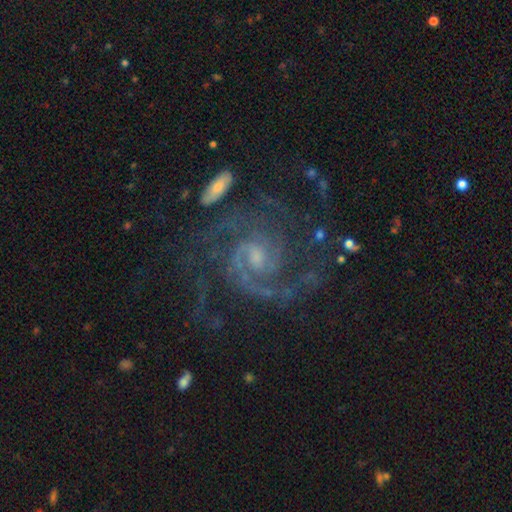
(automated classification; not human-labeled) The model was most divided on "spiral winding" (2-way tie): medium: 45%, tight: 45%, loose: 10%. Remaining: spiral arms — yes (98%); edge-on disk — no (98%); smooth or featured — featured or disk (90%); merging — none (64%); spiral arm count — 2 (59%); bulge size — small (47%); bar — no (47%).